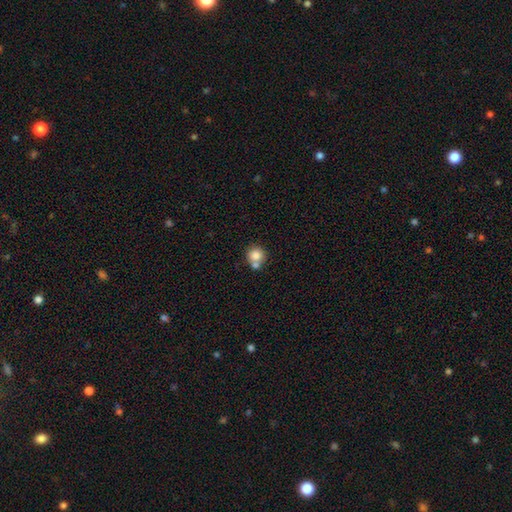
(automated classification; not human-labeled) Morphology: type=smooth (81%); roundness=round (90%); merging=none (55%).